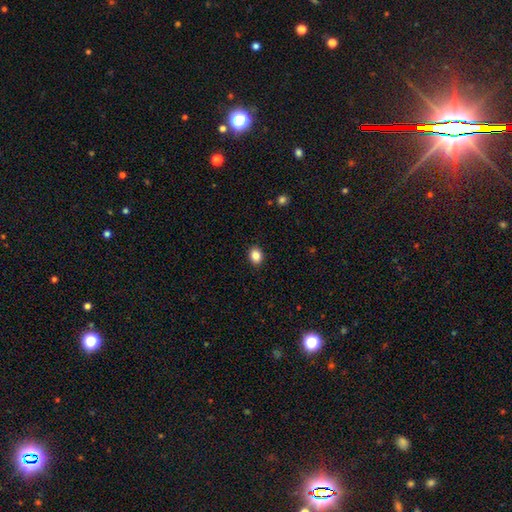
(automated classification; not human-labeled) Morphology: type=smooth (86%); roundness=in between (50%); merging=none (91%).